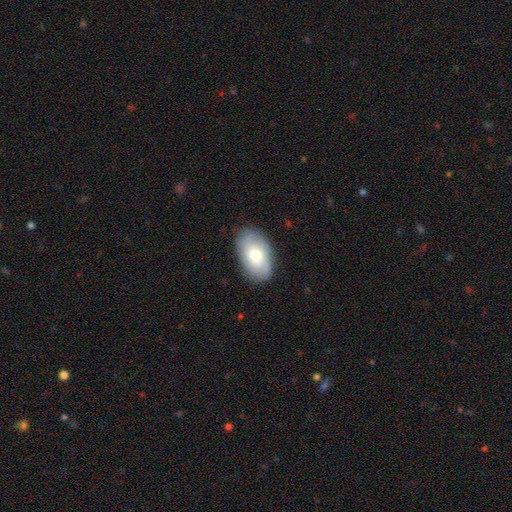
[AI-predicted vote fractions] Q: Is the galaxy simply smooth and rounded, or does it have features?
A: smooth — 58%.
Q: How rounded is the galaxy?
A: in between — 93%.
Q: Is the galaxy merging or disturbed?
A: none — 81%.